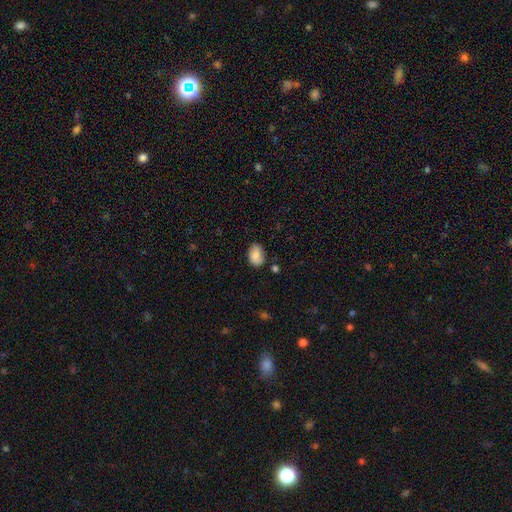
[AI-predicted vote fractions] A smooth galaxy with no disk features (84%) that is in between round and cigar-shaped (82%).

Vote fractions:
- Smooth or featured? smooth: 84% / featured or disk: 8% / star or artifact: 7%
- How rounded? in between: 82% / round: 17% / cigar-shaped: 1%
- Merging? none: 71% / minor disturbance: 22% / major disturbance: 4% / merger: 3%